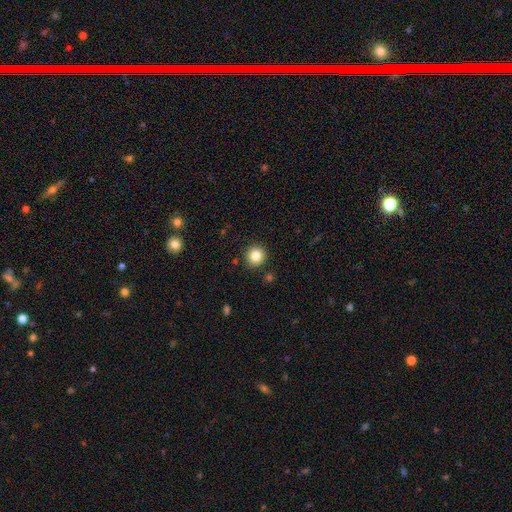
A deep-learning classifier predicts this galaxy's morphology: Smooth or featured? smooth (83%)
How rounded? round (93%)
Merging? none (90%)